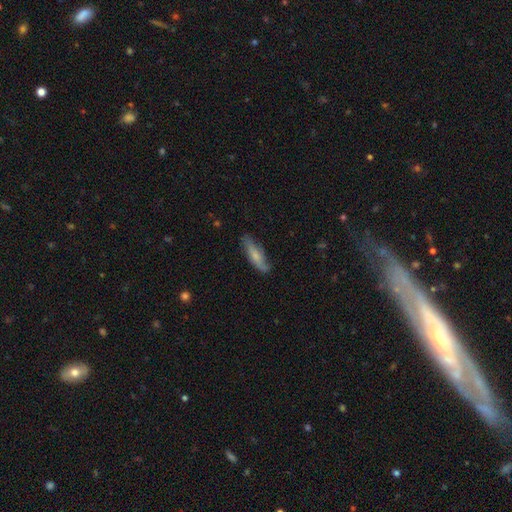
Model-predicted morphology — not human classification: Q: Smooth or featured?
A: smooth (57%); runner-up: featured or disk (37%)
Q: How rounded?
A: cigar-shaped (67%); runner-up: in between (31%)
Q: Merging?
A: none (71%); runner-up: minor disturbance (22%)